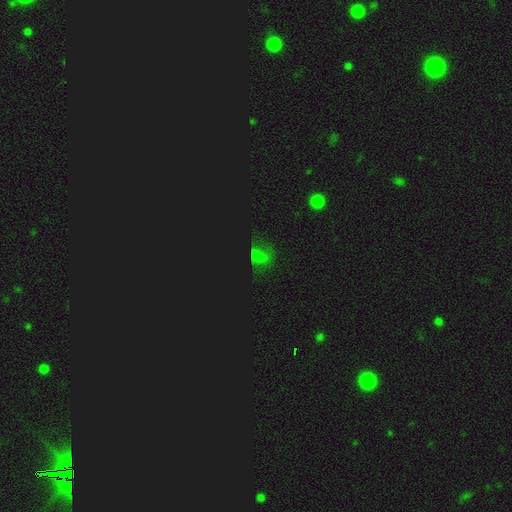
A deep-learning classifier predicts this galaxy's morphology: A star or artifact, not a galaxy (51%).

Vote fractions:
- Smooth or featured? star or artifact: 51% / smooth: 33% / featured or disk: 16%